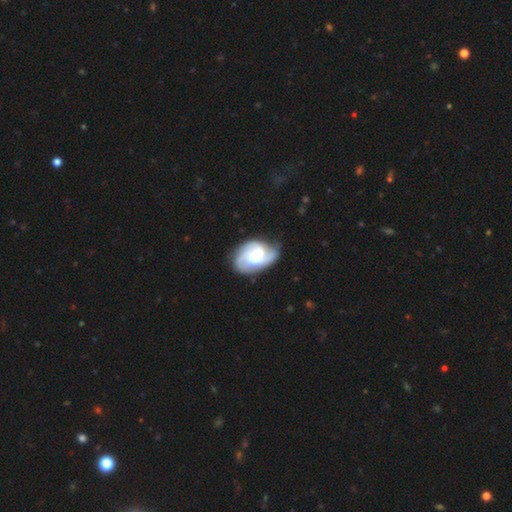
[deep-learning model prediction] This is likely a featured or disk galaxy (75%). It is clearly not viewed edge-on (98%). Bar: possibly no (59%). Spiral arm pattern: clearly yes (94%). Spiral arm count: marginally 2 (41%). Spiral winding: marginally tight (43%, tied with medium). Central bulge: marginally moderate (32%). Merging: possibly none (57%).